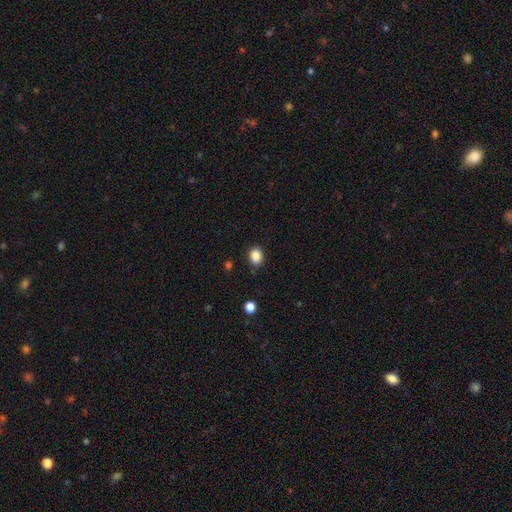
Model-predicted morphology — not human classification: Overall: smooth (86%). How rounded: in between (55%; round 44%). Merging: none (82%).